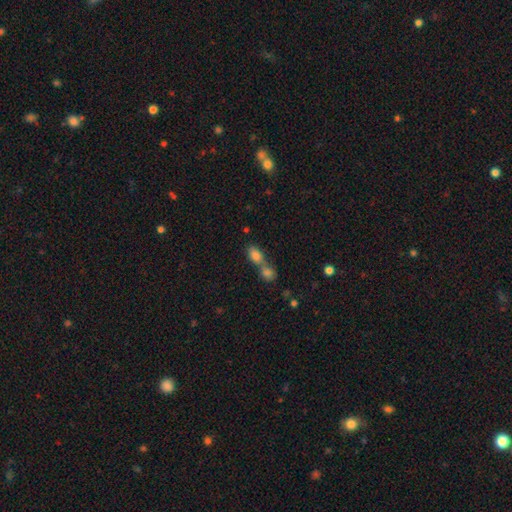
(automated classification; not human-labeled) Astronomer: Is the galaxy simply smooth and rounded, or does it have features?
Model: smooth — 82%.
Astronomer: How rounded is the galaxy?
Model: in between — 82%.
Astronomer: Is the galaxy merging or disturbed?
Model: merger — 65%.